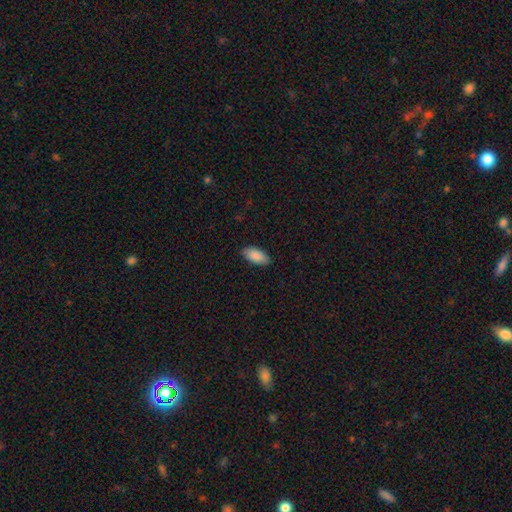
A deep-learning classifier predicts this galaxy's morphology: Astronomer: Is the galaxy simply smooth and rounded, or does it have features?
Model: smooth — 89%.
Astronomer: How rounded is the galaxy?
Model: in between — 91%.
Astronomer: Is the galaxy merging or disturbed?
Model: none — 88%.